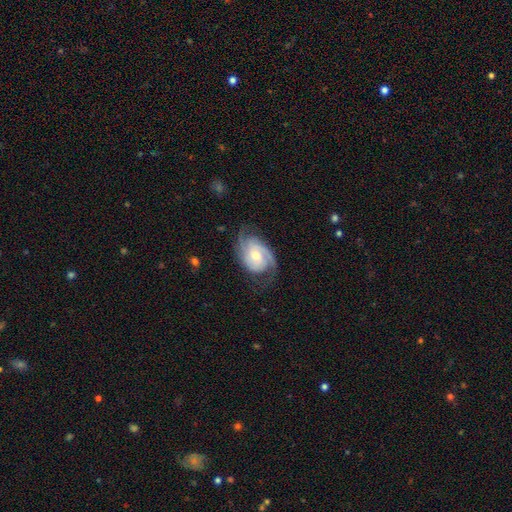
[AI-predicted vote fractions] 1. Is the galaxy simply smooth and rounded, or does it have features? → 83% featured or disk, 12% smooth, 5% star or artifact.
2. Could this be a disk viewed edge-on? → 97% no, 3% yes.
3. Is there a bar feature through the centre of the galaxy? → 61% no, 33% weak, 6% strong.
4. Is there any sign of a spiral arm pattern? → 96% yes, 4% no.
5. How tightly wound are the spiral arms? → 44% tight, 42% medium, 14% loose.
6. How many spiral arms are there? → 61% 2, 16% 3, 12% can't tell, 5% 1, 3% 4, 3% more than 4.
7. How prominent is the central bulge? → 62% moderate, 26% small, 8% large, 2% none, 1% dominant.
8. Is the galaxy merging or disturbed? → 67% none, 21% minor disturbance, 11% major disturbance, 1% merger.